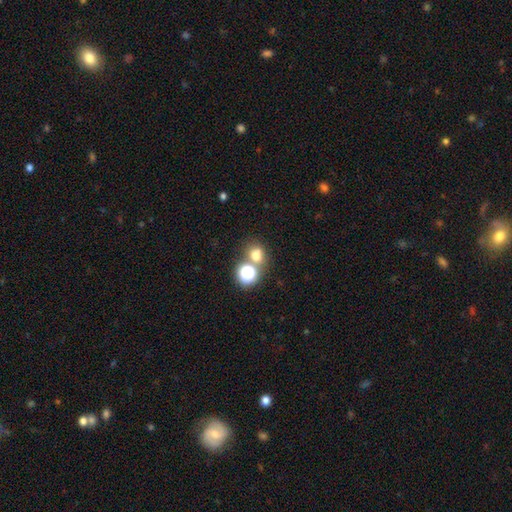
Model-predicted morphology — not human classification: A smooth galaxy with no disk features (68%) that is round (73%).

Vote fractions:
- Smooth or featured? smooth: 68% / star or artifact: 24% / featured or disk: 9%
- How rounded? round: 73% / in between: 26% / cigar-shaped: 1%
- Merging? none: 57% / merger: 30% / minor disturbance: 8% / major disturbance: 4%